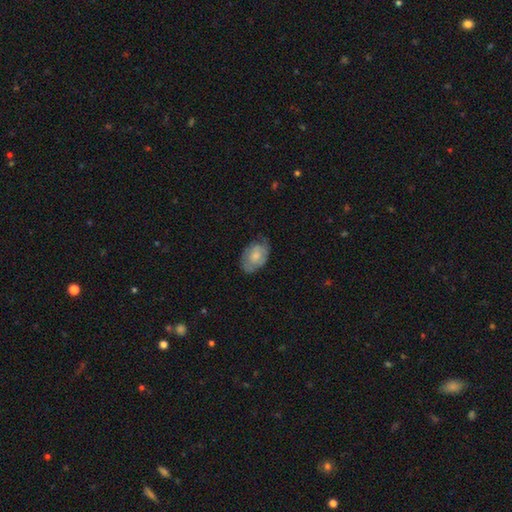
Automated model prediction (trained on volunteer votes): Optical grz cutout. It shows a smooth galaxy with no disk features (59%) that is in between round and cigar-shaped (86%). Merging: none (58%).